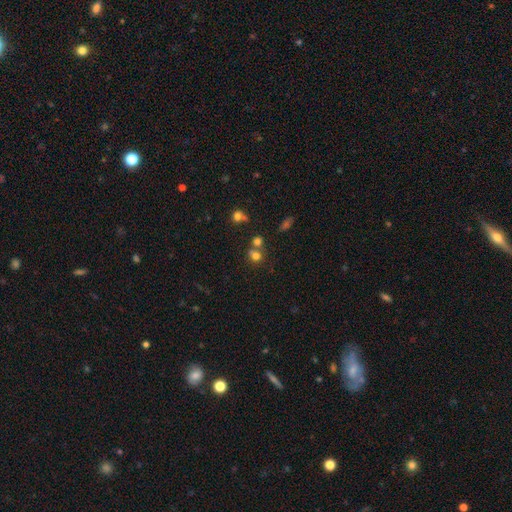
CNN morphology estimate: This appears to be a smooth galaxy with no disk features (72%) that is round (77%). Merging: none (48%).